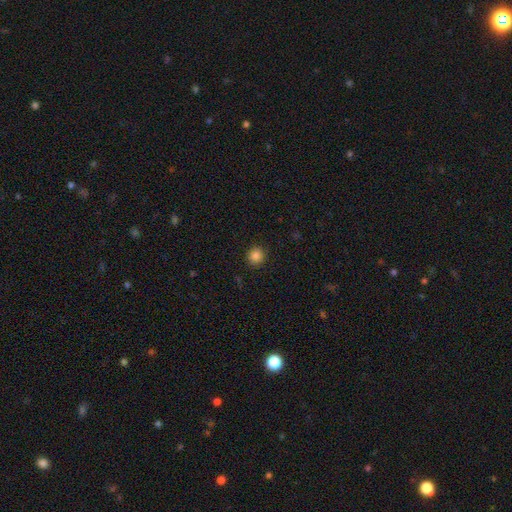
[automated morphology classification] smooth 86%, star or artifact 11%, featured or disk 3%. Down the decision tree: how rounded — round (91%); merging — none (91%).